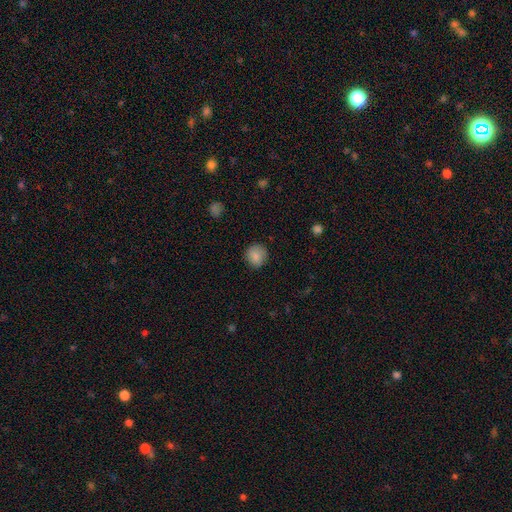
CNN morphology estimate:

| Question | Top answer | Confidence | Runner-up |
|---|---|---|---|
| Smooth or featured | smooth | 87% | star or artifact (9%) |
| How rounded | round | 88% | in between (11%) |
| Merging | none | 86% | minor disturbance (11%) |